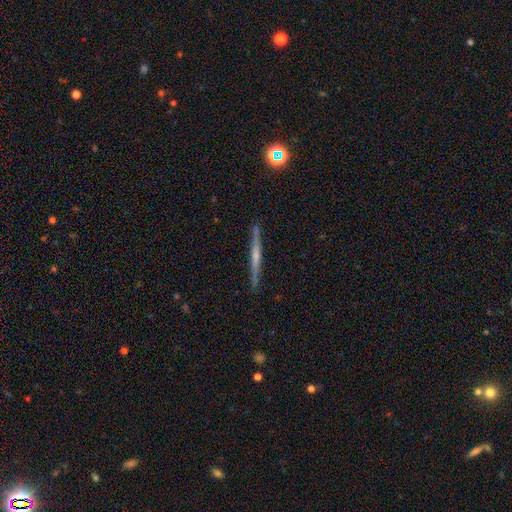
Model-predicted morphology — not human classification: Smooth or featured: featured or disk — 70% (smooth — 21%)
Edge-on disk: yes — 97% (no — 3%)
Edge-on bulge: rounded — 63% (none — 28%)
Merging: none — 89% (minor disturbance — 8%)